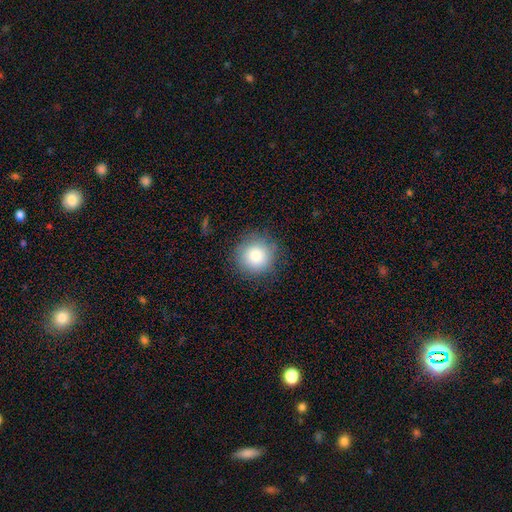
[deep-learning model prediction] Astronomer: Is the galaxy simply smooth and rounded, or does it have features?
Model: smooth — 81%.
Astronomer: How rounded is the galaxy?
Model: round — 94%.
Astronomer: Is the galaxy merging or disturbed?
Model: none — 85%.